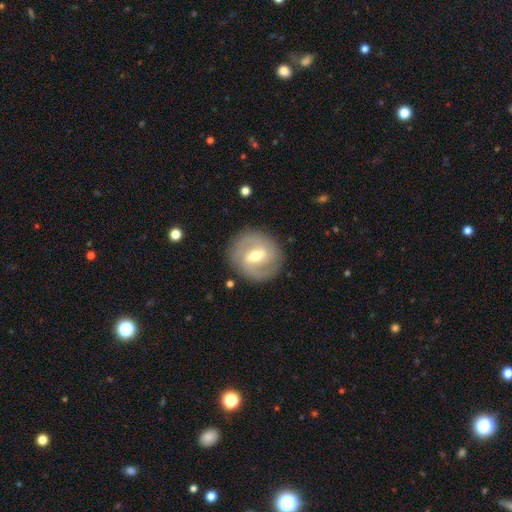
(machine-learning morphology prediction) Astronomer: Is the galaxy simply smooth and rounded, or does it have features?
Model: featured or disk — 76%.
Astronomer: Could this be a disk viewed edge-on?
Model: no — 96%.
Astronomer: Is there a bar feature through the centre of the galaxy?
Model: weak — 50% (runner-up: strong, 35%).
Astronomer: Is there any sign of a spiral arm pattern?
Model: yes — 83%.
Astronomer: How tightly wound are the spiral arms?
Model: medium — 42%, tied with tight at 42%.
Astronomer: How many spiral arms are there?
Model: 2 — 81%.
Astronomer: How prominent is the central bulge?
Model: moderate — 69%.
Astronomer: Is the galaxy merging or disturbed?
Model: none — 85%.